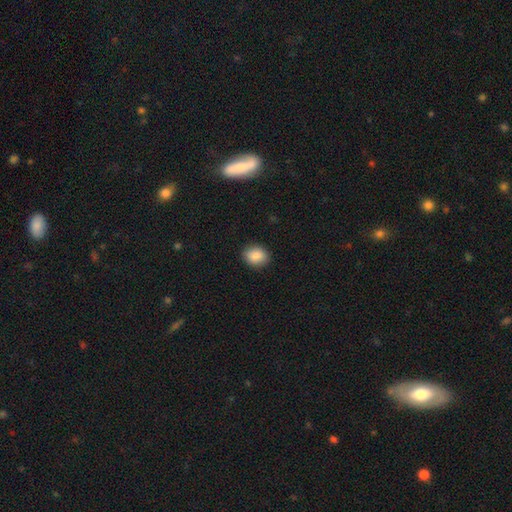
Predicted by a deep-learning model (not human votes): smooth 88%, star or artifact 8%, featured or disk 4%. Down the decision tree: how rounded — round (52%); merging — none (89%).